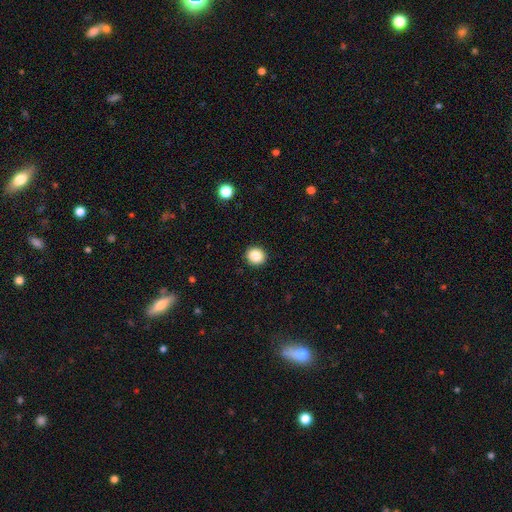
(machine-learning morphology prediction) Smooth or featured? smooth (85%)
How rounded? round (89%)
Merging? none (93%)